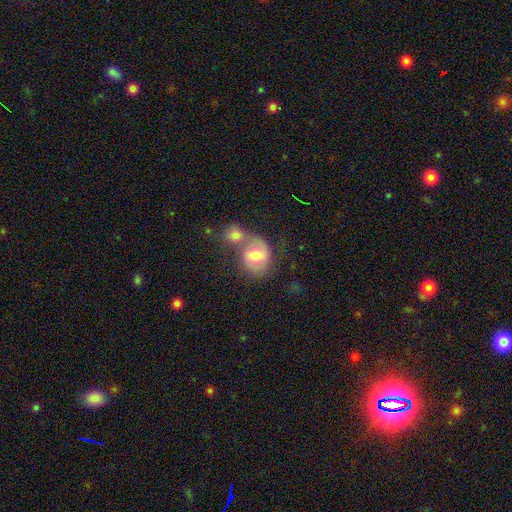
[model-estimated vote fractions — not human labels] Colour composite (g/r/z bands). It shows a smooth galaxy with no disk features (57%) that is round (62%). Merging: merger (53%).